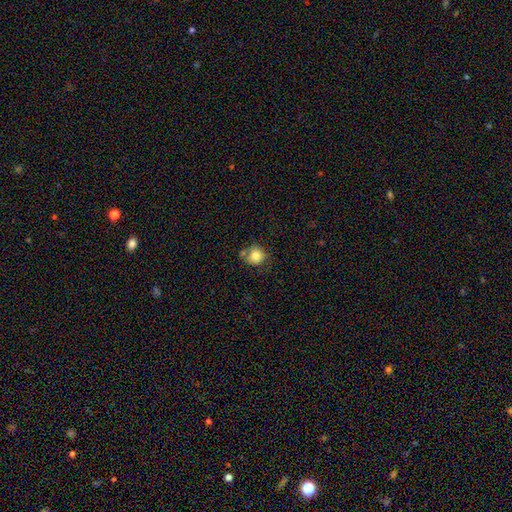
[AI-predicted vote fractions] The model was most divided on "merging": none: 61%, minor disturbance: 20%, merger: 13%, major disturbance: 6%. More confident: how rounded — round (85%); smooth or featured — smooth (81%).